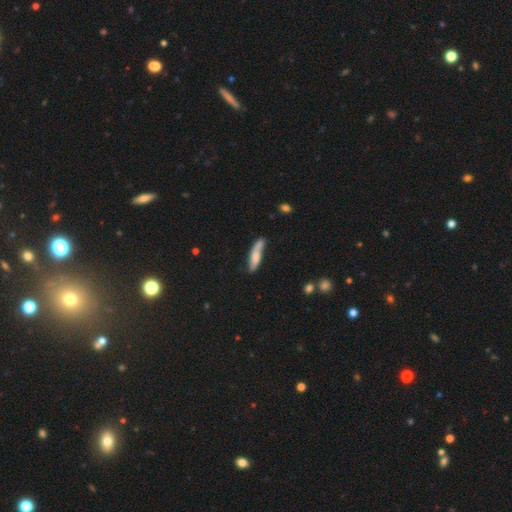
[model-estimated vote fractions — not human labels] This appears to be a smooth galaxy with no disk features (64%) that is cigar-shaped (76%). Merging: none (56%).